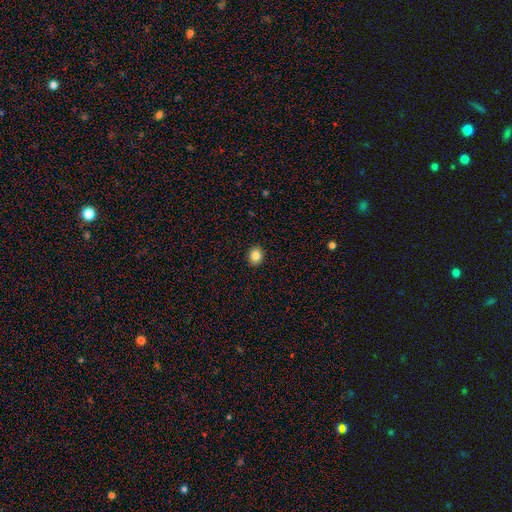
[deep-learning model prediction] This appears to be a smooth galaxy with no disk features (84%) that is round (63%). Merging: none (92%).